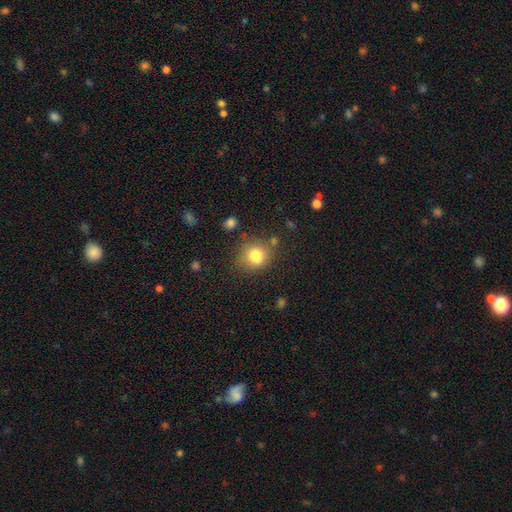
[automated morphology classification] smooth_or_featured: smooth (p=0.80) [alt: star or artifact p=0.11]
how_rounded: round (p=0.70) [alt: in between p=0.29]
merging: none (p=0.67) [alt: minor disturbance p=0.18]